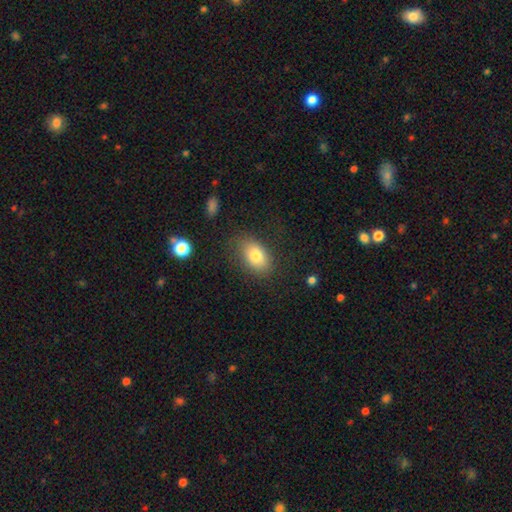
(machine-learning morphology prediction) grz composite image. It shows a smooth galaxy with no disk features (79%) that is in between round and cigar-shaped (85%). Merging: none (78%).